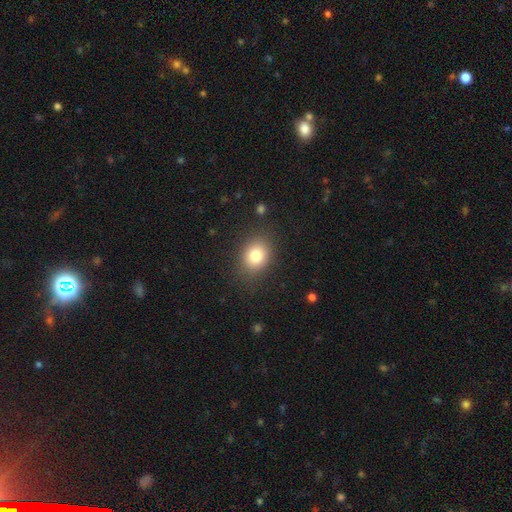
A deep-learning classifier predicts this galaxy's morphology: smooth 80%, star or artifact 11%, featured or disk 9%. Down the decision tree: how rounded — in between (51%); merging — none (84%).